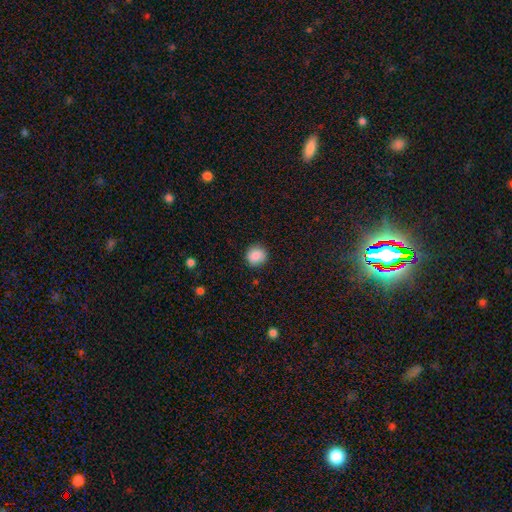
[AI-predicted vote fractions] smooth_or_featured: smooth (p=0.87) [alt: star or artifact p=0.09]
how_rounded: round (p=0.90) [alt: in between p=0.09]
merging: none (p=0.88) [alt: minor disturbance p=0.09]